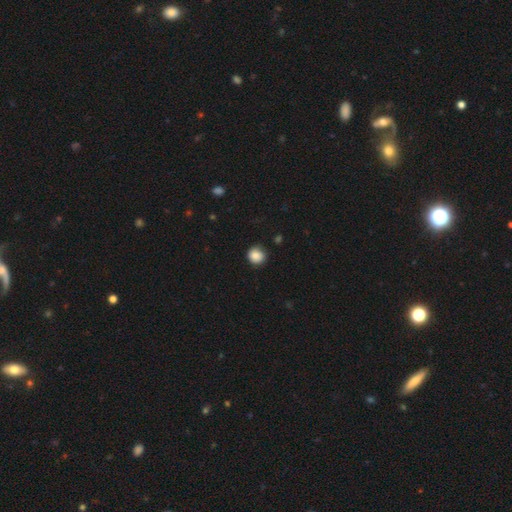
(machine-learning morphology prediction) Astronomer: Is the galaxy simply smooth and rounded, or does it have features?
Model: smooth — 86%.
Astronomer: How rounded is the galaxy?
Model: round — 88%.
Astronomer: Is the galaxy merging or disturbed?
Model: none — 83%.